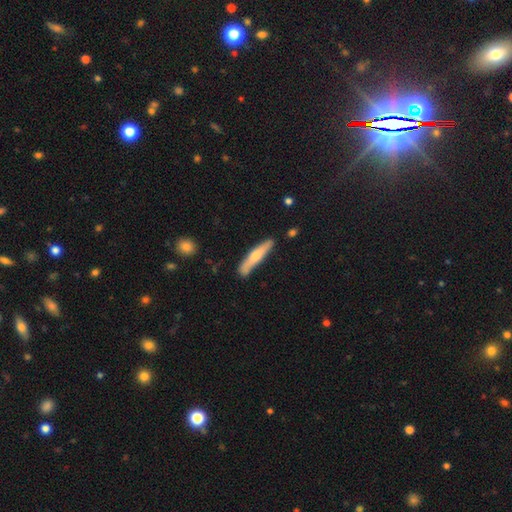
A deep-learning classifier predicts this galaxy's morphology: A smooth galaxy with no disk features (49%).

Vote fractions:
- Smooth or featured? smooth: 49% / featured or disk: 45% / star or artifact: 6%
- Merging? none: 83% / minor disturbance: 13% / major disturbance: 2% / merger: 2%